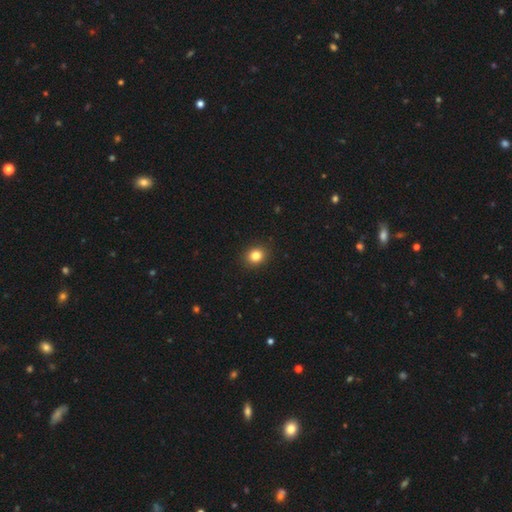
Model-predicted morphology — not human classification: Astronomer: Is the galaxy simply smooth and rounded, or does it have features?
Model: smooth — 83%.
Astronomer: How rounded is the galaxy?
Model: round — 73%.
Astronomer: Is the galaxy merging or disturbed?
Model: none — 91%.